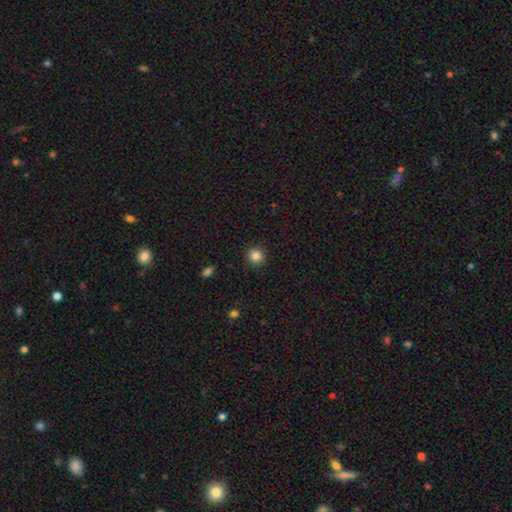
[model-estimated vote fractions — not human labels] A smooth galaxy with no disk features (85%) that is round (93%).

Vote fractions:
- Smooth or featured? smooth: 85% / star or artifact: 11% / featured or disk: 4%
- How rounded? round: 93% / in between: 6% / cigar-shaped: 1%
- Merging? none: 91% / minor disturbance: 6% / major disturbance: 2% / merger: 1%